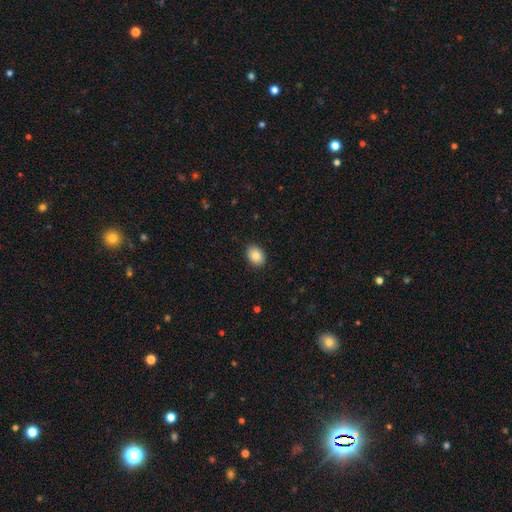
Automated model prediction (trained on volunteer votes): Overall: smooth (85%). How rounded: in between (69%; round 30%). Merging: none (89%).